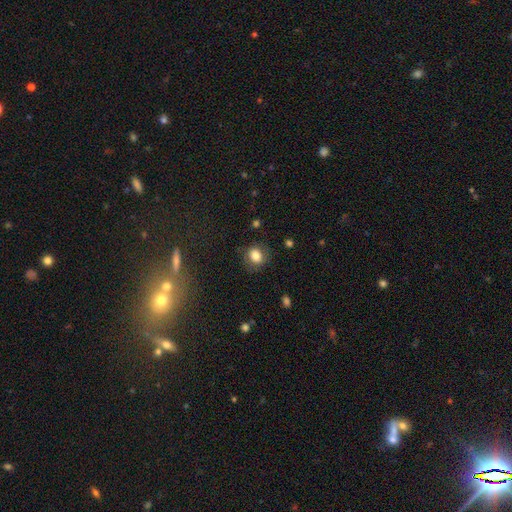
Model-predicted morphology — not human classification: smooth 77%, featured or disk 12%, star or artifact 11%. Down the decision tree: how rounded — round (59%); merging — none (76%).